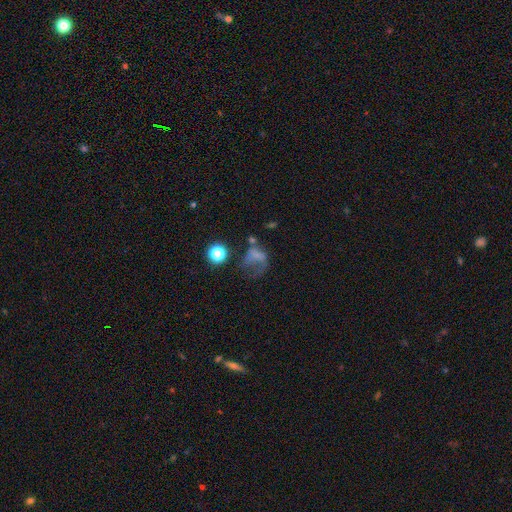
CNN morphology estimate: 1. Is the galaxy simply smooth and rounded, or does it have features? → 51% smooth, 29% featured or disk, 20% star or artifact.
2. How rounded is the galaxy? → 54% in between, 43% round, 2% cigar-shaped.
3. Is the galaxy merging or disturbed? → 51% major disturbance, 22% none, 17% minor disturbance, 10% merger.